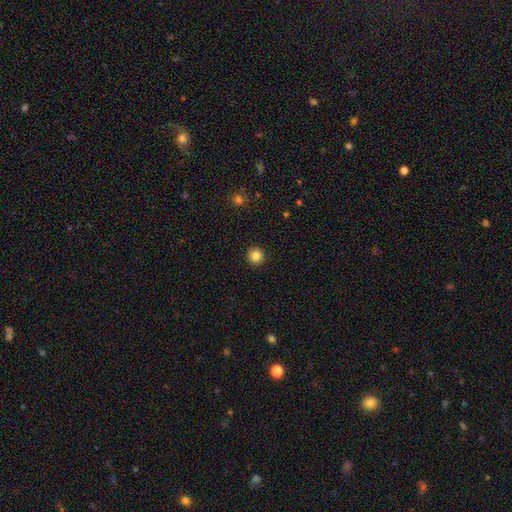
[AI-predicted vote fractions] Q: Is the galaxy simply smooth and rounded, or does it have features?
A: smooth — 84%.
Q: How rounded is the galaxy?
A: round — 95%.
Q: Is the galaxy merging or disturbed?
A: none — 93%.